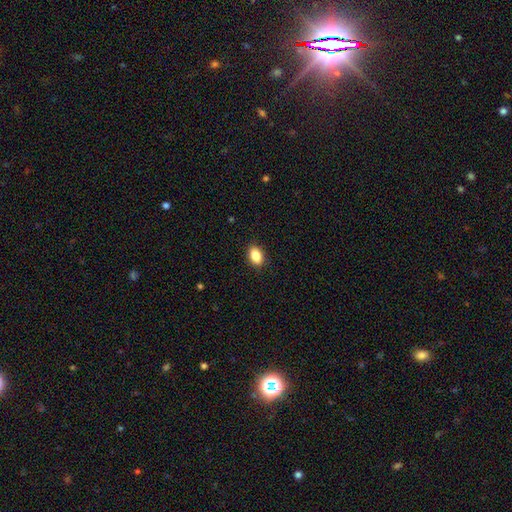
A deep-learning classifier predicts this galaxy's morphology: A smooth galaxy with no disk features (87%) that is in between round and cigar-shaped (86%). Merging: none (90%).